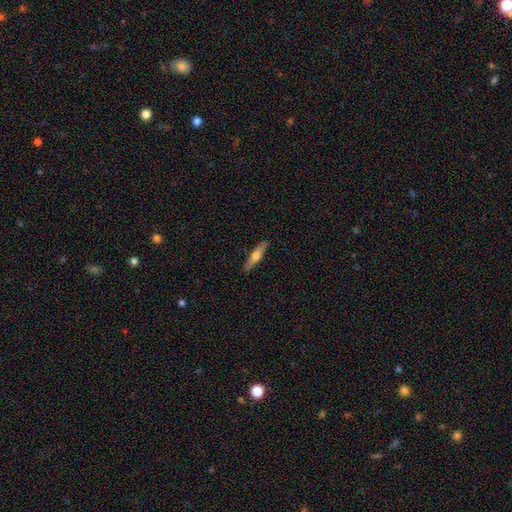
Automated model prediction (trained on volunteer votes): This appears to be a smooth galaxy with no disk features (49%). Merging: none (89%).